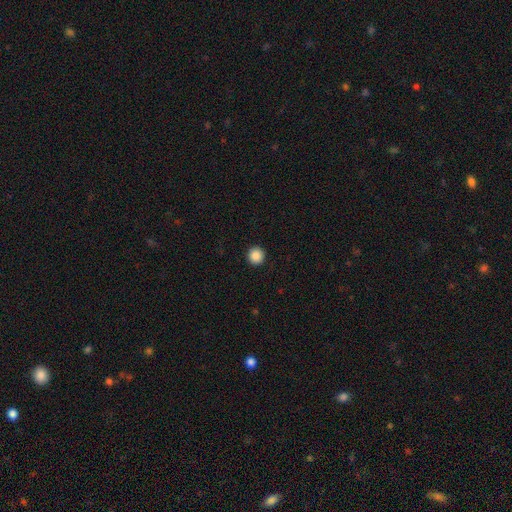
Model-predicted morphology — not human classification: smooth_or_featured: smooth (p=0.88) [alt: star or artifact p=0.10]
how_rounded: round (p=0.96) [alt: in between p=0.03]
merging: none (p=0.93) [alt: minor disturbance p=0.04]